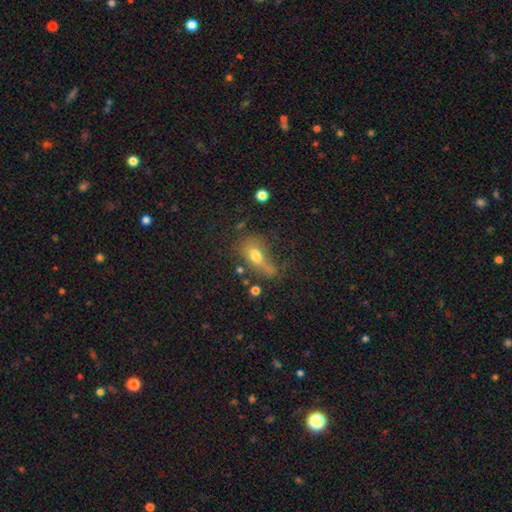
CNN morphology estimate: A smooth galaxy with no disk features (65%) that is in between round and cigar-shaped (72%).

Vote fractions:
- Smooth or featured? smooth: 65% / featured or disk: 22% / star or artifact: 13%
- How rounded? in between: 72% / round: 19% / cigar-shaped: 9%
- Merging? major disturbance: 33% / none: 29% / minor disturbance: 24% / merger: 14%